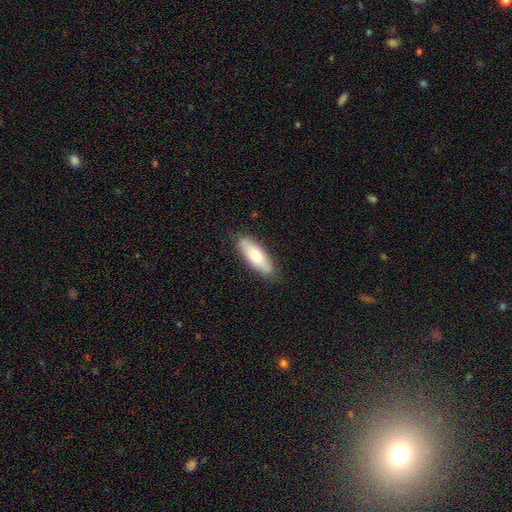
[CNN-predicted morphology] smooth 70%, featured or disk 25%, star or artifact 6%. Down the decision tree: how rounded — in between (63%); merging — none (84%).